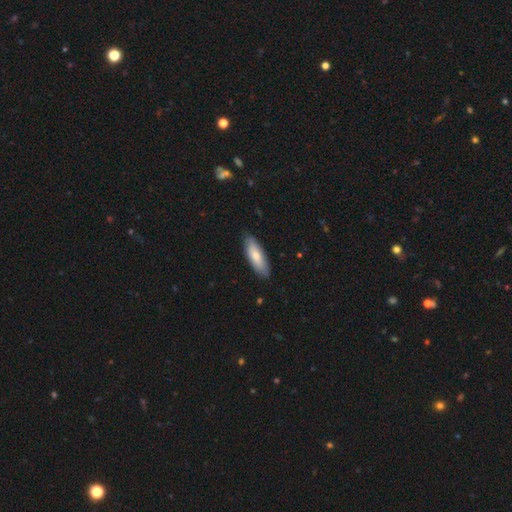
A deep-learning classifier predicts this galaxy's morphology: A smooth galaxy with no disk features (76%) that is in between round and cigar-shaped (61%). Merging: none (86%).